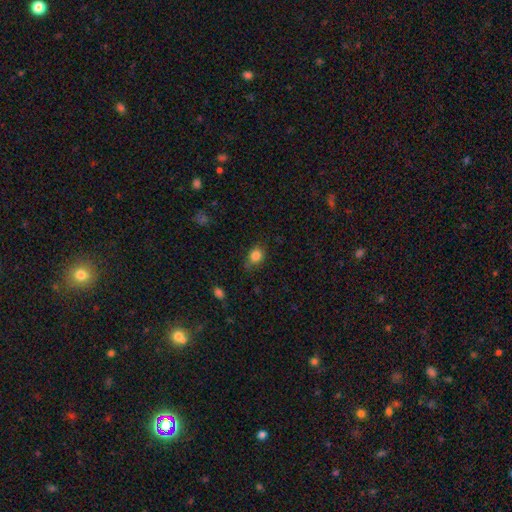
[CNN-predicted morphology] Smooth or featured?
  - smooth: 84% *
  - star or artifact: 11%
  - featured or disk: 6%
How rounded?
  - round: 53% *
  - in between: 46%
  - cigar-shaped: 1%
Merging?
  - none: 73% *
  - minor disturbance: 21%
  - major disturbance: 5%
  - merger: 2%